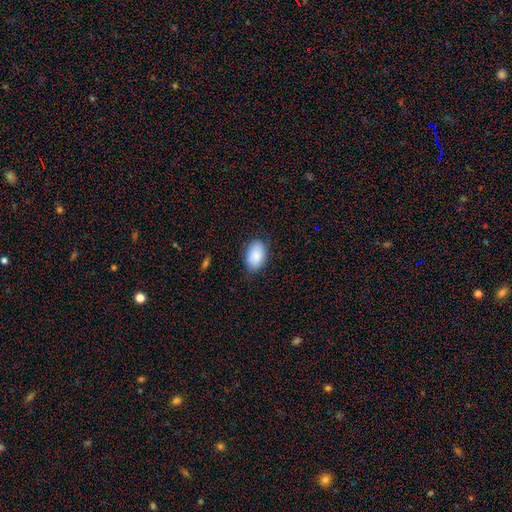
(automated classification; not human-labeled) A smooth galaxy with no disk features (88%) that is in between round and cigar-shaped (91%). Merging: none (80%).